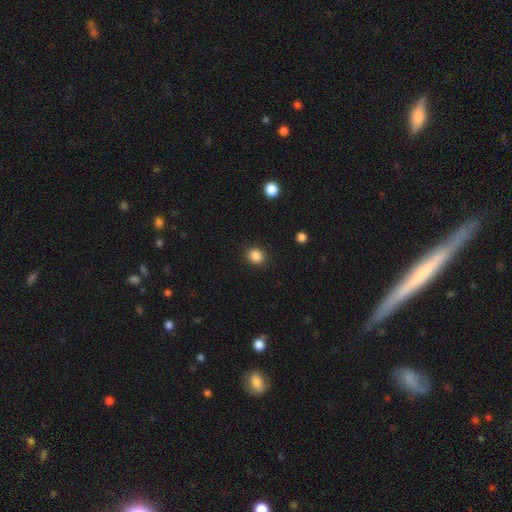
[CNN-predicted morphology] Smooth or featured: smooth — 86% (star or artifact — 11%)
How rounded: round — 78% (in between — 21%)
Merging: none — 90% (minor disturbance — 6%)